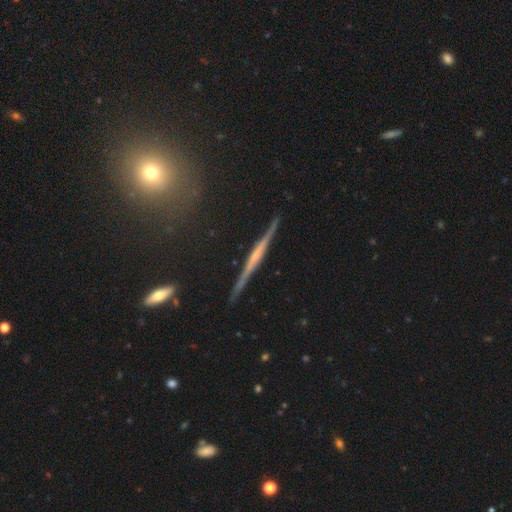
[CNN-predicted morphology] featured or disk 78%, smooth 14%, star or artifact 8%. Down the decision tree: edge-on disk — yes (97%); edge-on bulge — rounded (44%); merging — none (87%).